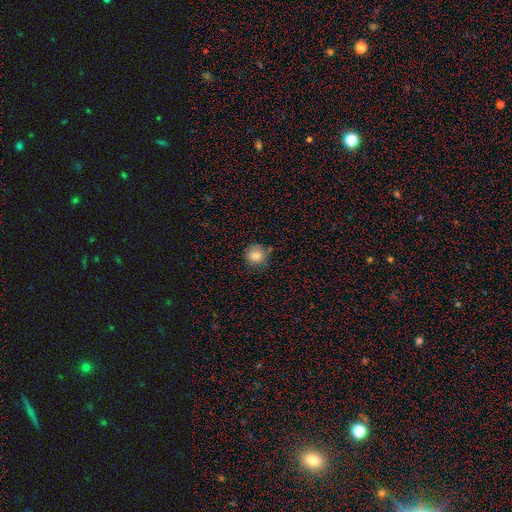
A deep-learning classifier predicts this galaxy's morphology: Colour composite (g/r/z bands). It shows a smooth galaxy with no disk features (82%) that is round (89%). Merging: none (74%).